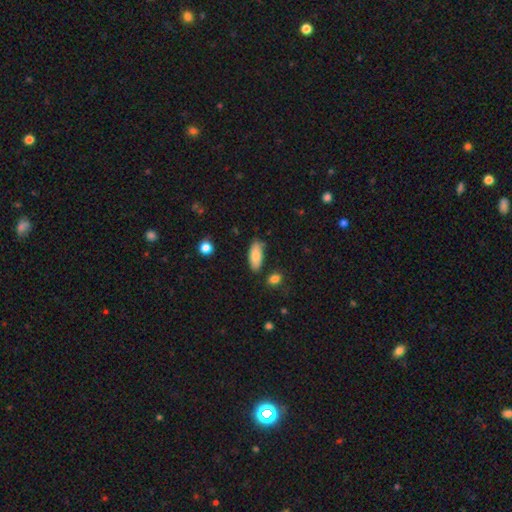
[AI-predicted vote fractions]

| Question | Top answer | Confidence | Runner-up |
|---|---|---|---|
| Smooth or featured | smooth | 82% | featured or disk (11%) |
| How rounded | in between | 83% | cigar-shaped (14%) |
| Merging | none | 76% | minor disturbance (17%) |